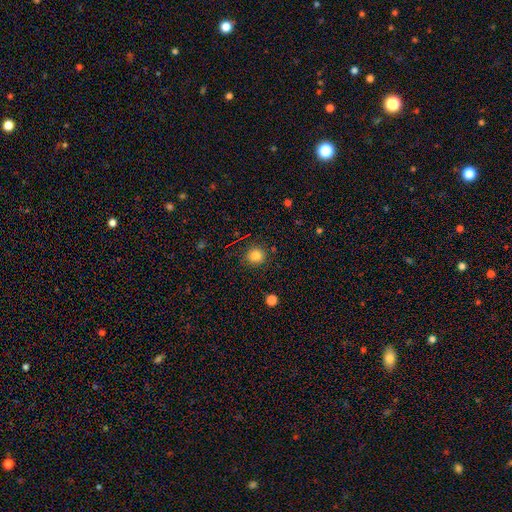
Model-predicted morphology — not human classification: Smooth or featured?
  - smooth: 82% *
  - star or artifact: 13%
  - featured or disk: 5%
How rounded?
  - round: 91% *
  - in between: 8%
  - cigar-shaped: 1%
Merging?
  - none: 88% *
  - minor disturbance: 8%
  - major disturbance: 2%
  - merger: 2%